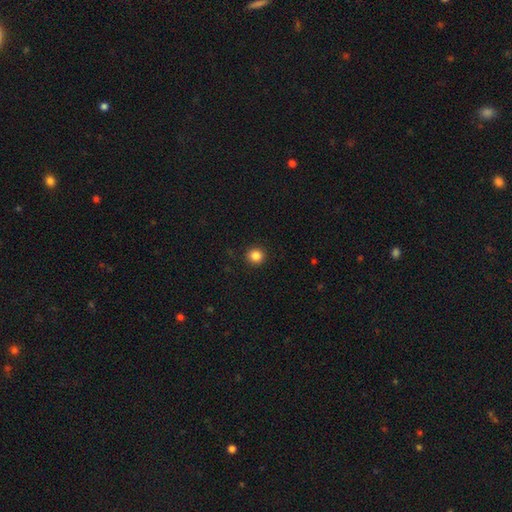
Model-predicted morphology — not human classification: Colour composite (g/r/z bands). It shows a smooth galaxy with no disk features (85%) that is round (92%). Merging: none (92%).